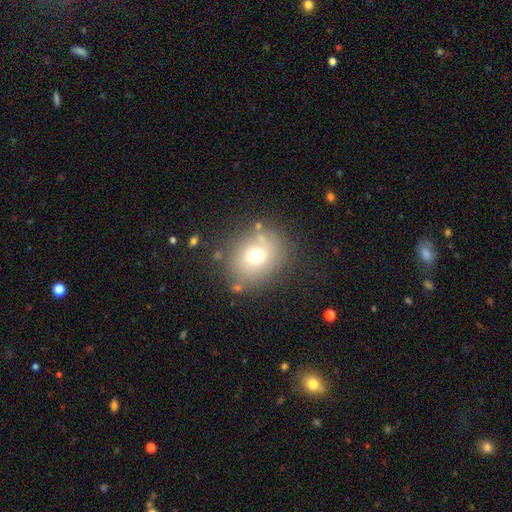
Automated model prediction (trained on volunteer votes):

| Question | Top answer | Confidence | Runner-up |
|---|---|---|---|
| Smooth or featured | smooth | 66% | featured or disk (19%) |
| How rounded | round | 66% | in between (33%) |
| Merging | none | 76% | minor disturbance (14%) |